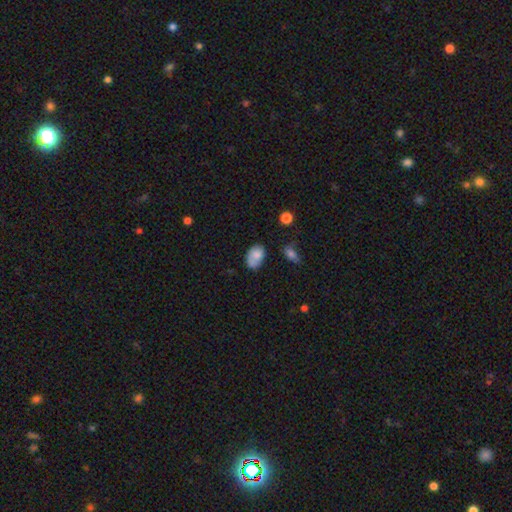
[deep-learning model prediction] Smooth or featured?
  - smooth: 78% *
  - featured or disk: 14%
  - star or artifact: 8%
How rounded?
  - in between: 86% *
  - round: 13%
  - cigar-shaped: 1%
Merging?
  - none: 50% *
  - minor disturbance: 31%
  - major disturbance: 10%
  - merger: 9%